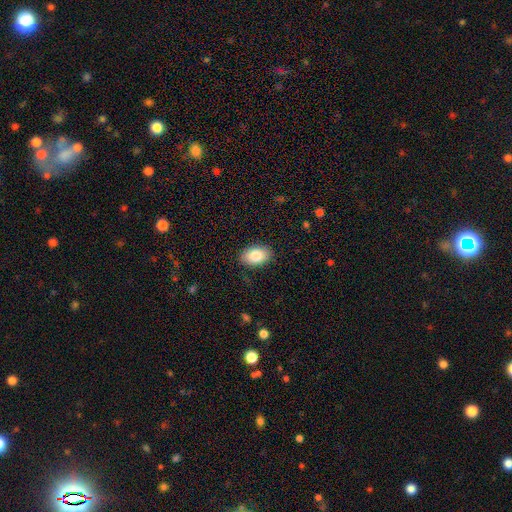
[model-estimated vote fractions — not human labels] Morphology: type=smooth (85%); roundness=in between (90%); merging=none (87%).